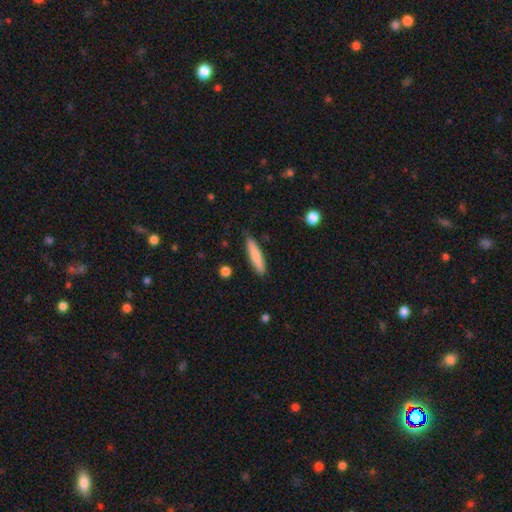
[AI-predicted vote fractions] Overall: smooth (78%). How rounded: cigar-shaped (87%). Merging: none (87%).